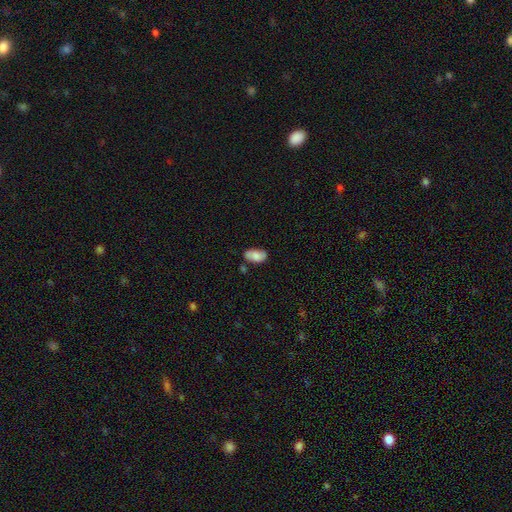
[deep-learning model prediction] This appears to be a smooth galaxy with no disk features (73%) that is in between round and cigar-shaped (93%). Merging: none (66%).